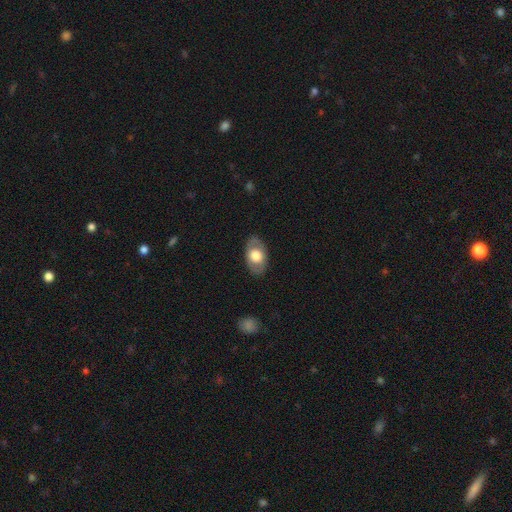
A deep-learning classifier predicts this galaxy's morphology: Smooth or featured? Predicted: smooth (p=0.60). How rounded? Predicted: in between (p=0.89). Merging? Predicted: none (p=0.82).